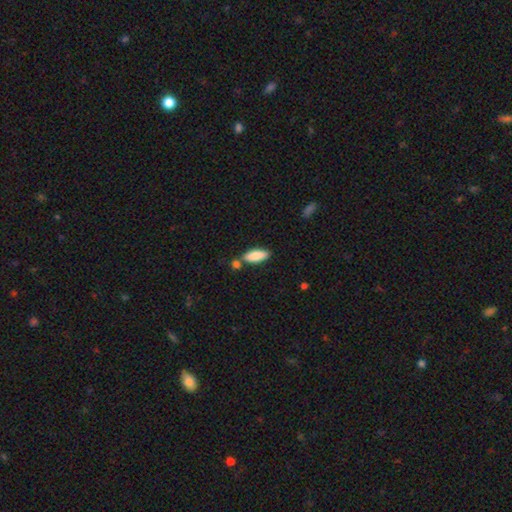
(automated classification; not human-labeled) This appears to be a smooth galaxy with no disk features (86%) that is in between round and cigar-shaped (72%). Merging: none (70%).